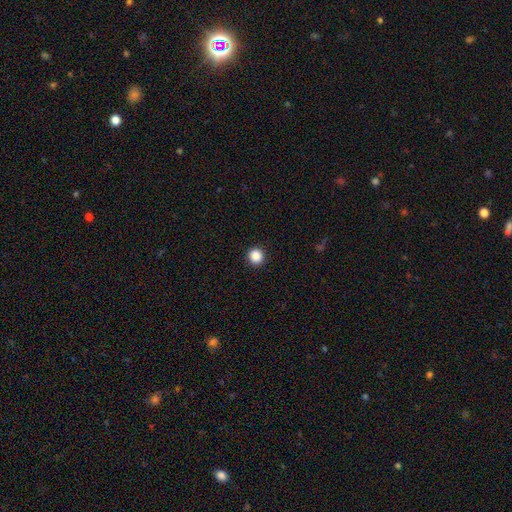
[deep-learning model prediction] Smooth or featured?
  - smooth: 87% *
  - star or artifact: 10%
  - featured or disk: 3%
How rounded?
  - round: 93% *
  - in between: 6%
  - cigar-shaped: 1%
Merging?
  - none: 93% *
  - minor disturbance: 4%
  - major disturbance: 2%
  - merger: 1%